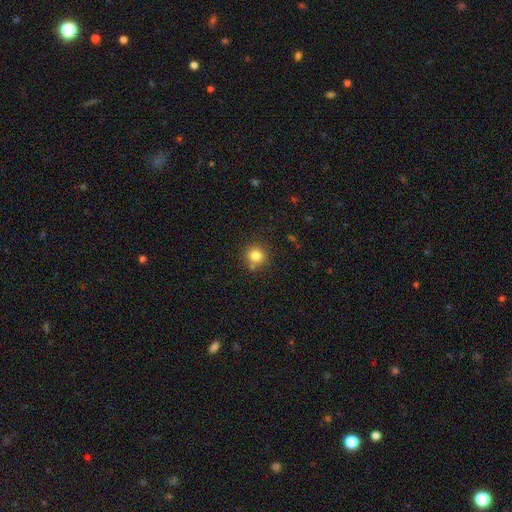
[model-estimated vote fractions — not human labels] A smooth galaxy with no disk features (81%) that is round (92%). Merging: none (79%).